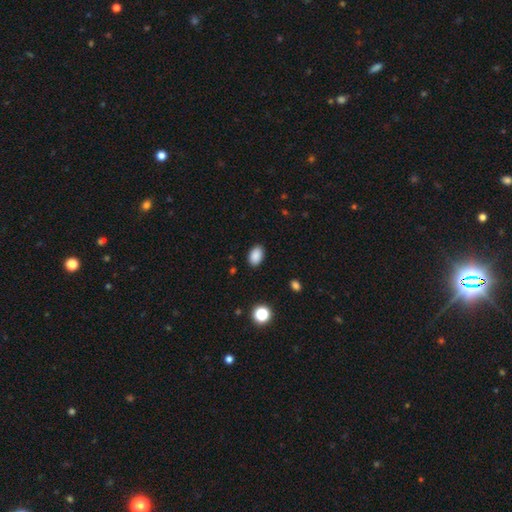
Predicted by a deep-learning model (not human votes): smooth_or_featured: smooth (p=0.88) [alt: star or artifact p=0.09]
how_rounded: in between (p=0.86) [alt: round p=0.13]
merging: none (p=0.88) [alt: minor disturbance p=0.09]